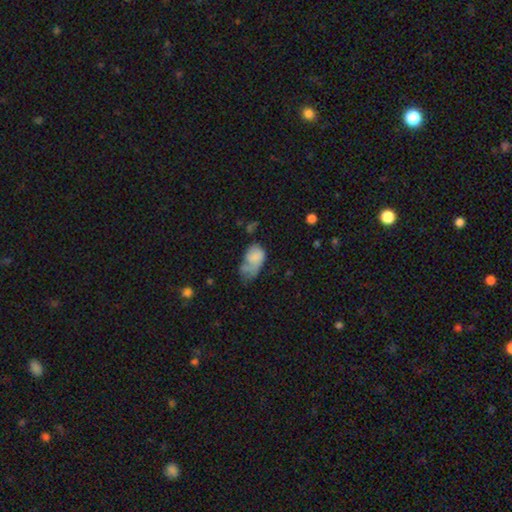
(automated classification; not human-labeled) smooth_or_featured: smooth (p=0.68) [alt: featured or disk p=0.22]
how_rounded: in between (p=0.88) [alt: round p=0.11]
merging: major disturbance (p=0.39) [alt: minor disturbance p=0.30]